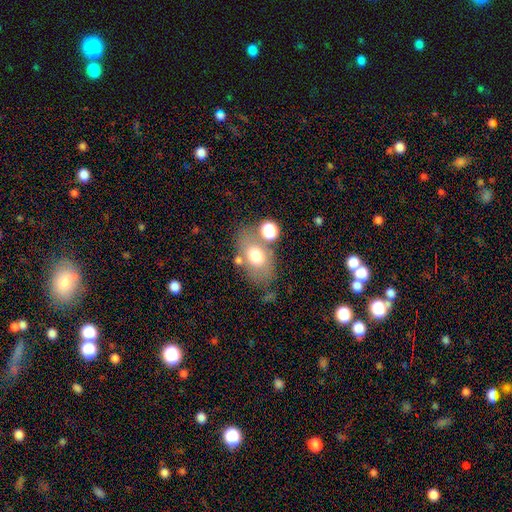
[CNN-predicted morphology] type=smooth (64%); roundness=in between (82%); merging=none (64%).